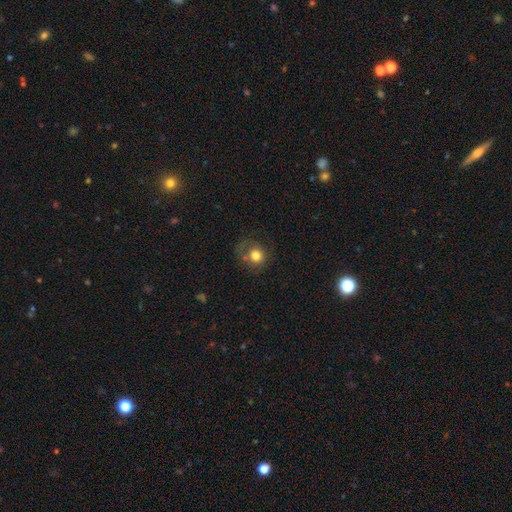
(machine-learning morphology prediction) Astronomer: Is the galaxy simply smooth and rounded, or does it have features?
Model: smooth — 77%.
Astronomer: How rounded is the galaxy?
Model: round — 83%.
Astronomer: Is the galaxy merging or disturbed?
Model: none — 57%.